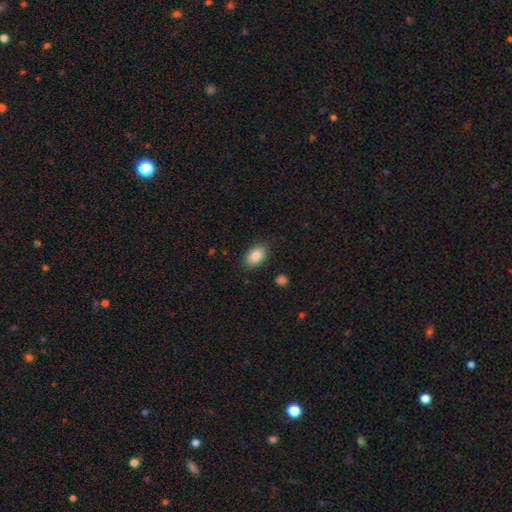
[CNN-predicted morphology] smooth_or_featured: smooth (p=0.85) [alt: star or artifact p=0.08]
how_rounded: in between (p=0.88) [alt: round p=0.11]
merging: none (p=0.86) [alt: minor disturbance p=0.10]